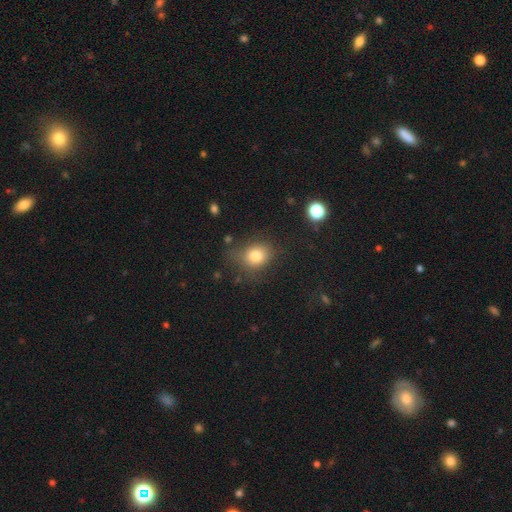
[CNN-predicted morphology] Overall: smooth (80%). How rounded: round (55%; in between 44%). Merging: none (64%).